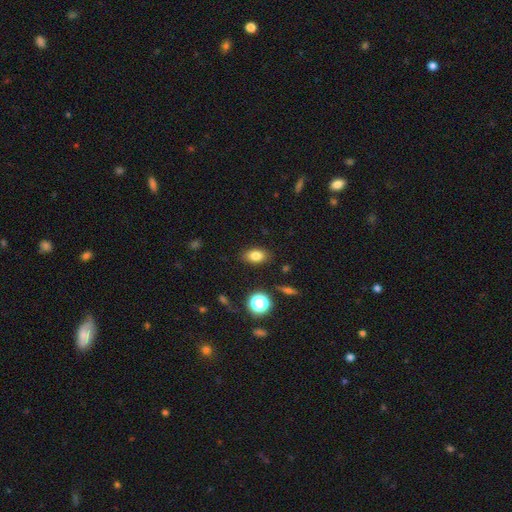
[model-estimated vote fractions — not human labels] This is likely a smooth galaxy (80%). How rounded: clearly in between (81%). Merging: clearly none (86%).